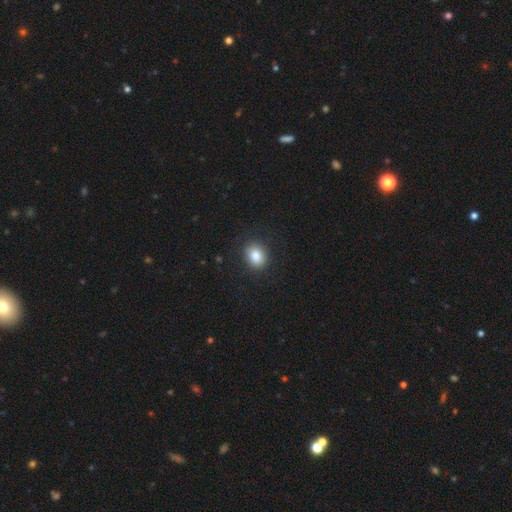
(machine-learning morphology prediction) This appears to be a smooth galaxy with no disk features (84%) that is round (60%). Merging: none (88%).